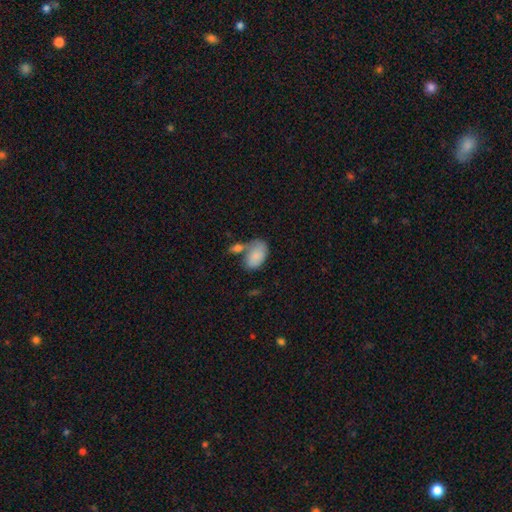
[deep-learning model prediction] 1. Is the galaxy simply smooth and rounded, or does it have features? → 82% smooth, 11% featured or disk, 7% star or artifact.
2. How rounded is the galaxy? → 92% in between, 7% round, 1% cigar-shaped.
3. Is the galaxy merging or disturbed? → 38% none, 32% merger, 20% minor disturbance, 10% major disturbance.